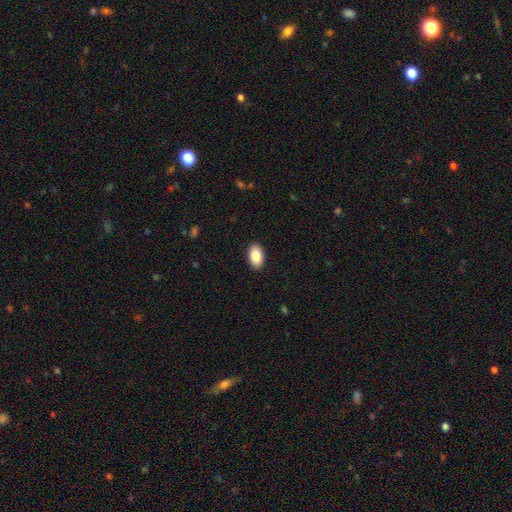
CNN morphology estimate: The model was most divided on "smooth or featured": smooth: 87%, star or artifact: 7%, featured or disk: 6%. More confident: how rounded — in between (93%); merging — none (90%).